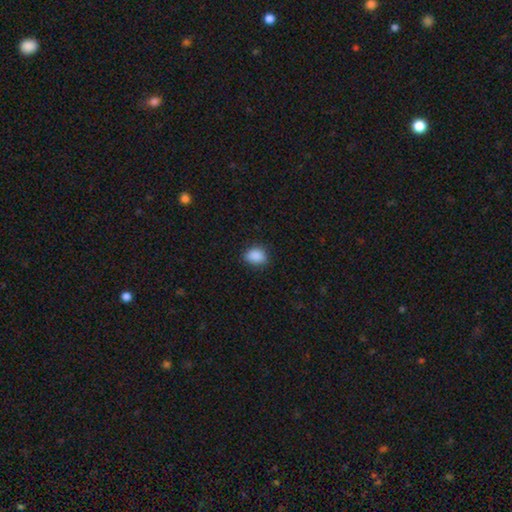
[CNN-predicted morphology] Smooth or featured: smooth — 88% (star or artifact — 9%)
How rounded: in between — 64% (round — 34%)
Merging: none — 81% (minor disturbance — 15%)